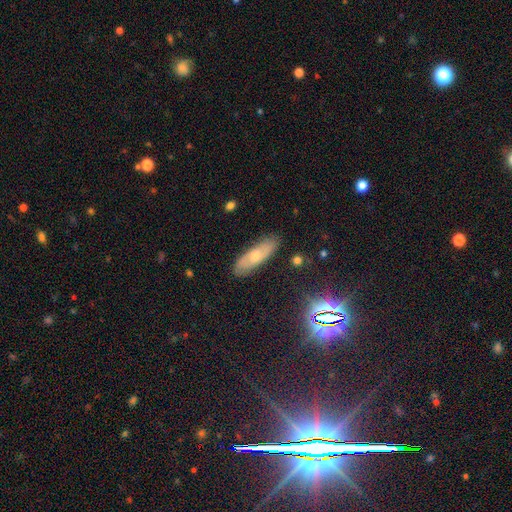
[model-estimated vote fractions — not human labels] A smooth galaxy with no disk features (56%) that is cigar-shaped (52%).

Vote fractions:
- Smooth or featured? smooth: 56% / featured or disk: 34% / star or artifact: 10%
- How rounded? cigar-shaped: 52% / in between: 45% / round: 2%
- Merging? none: 83% / minor disturbance: 13% / major disturbance: 3% / merger: 2%